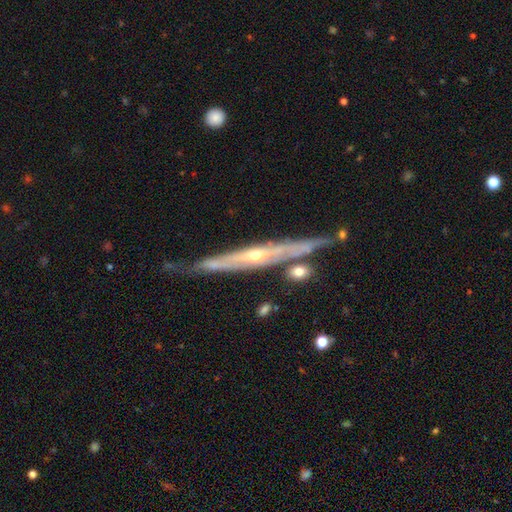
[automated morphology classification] type=featured or disk (82%); edge-on=yes (88%); edge-on bulge=rounded (64%); merging=none (71%).